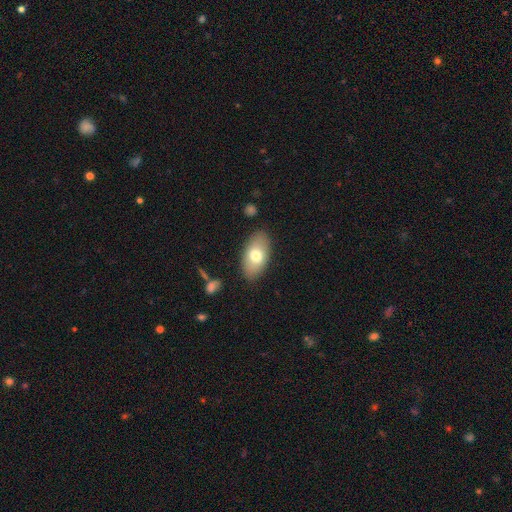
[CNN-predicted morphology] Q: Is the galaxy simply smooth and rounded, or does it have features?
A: smooth — 71%.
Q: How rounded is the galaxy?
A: in between — 93%.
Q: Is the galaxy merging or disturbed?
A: none — 84%.